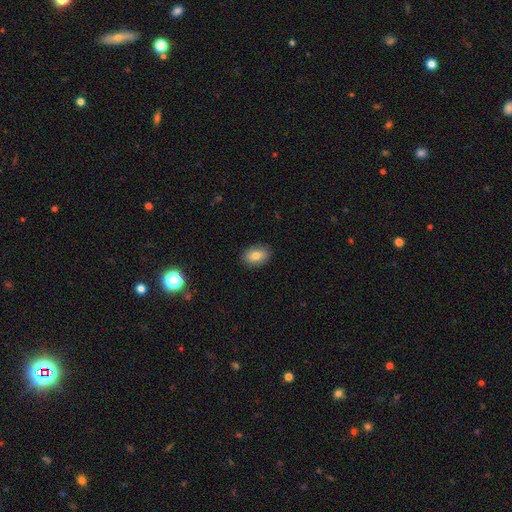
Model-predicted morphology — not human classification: A smooth galaxy with no disk features (79%) that is in between round and cigar-shaped (81%).

Vote fractions:
- Smooth or featured? smooth: 79% / featured or disk: 13% / star or artifact: 9%
- How rounded? in between: 81% / round: 17% / cigar-shaped: 1%
- Merging? none: 89% / minor disturbance: 8% / major disturbance: 2% / merger: 1%